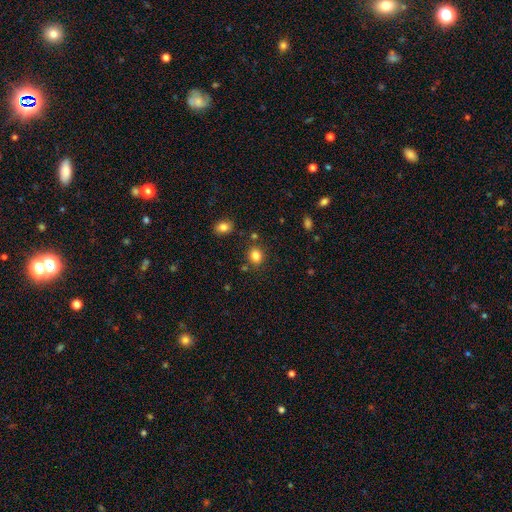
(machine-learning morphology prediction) A smooth galaxy with no disk features (84%) that is round (59%). Merging: none (80%).